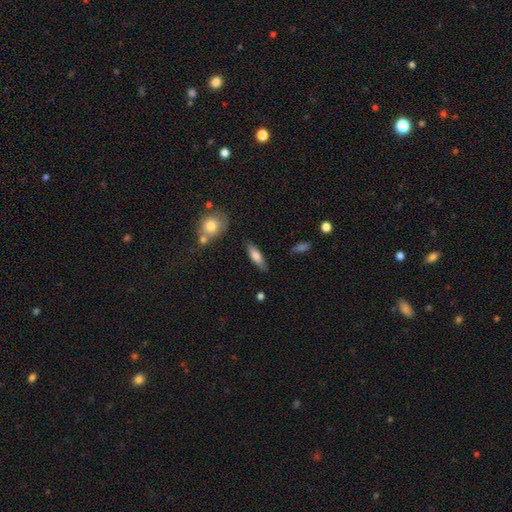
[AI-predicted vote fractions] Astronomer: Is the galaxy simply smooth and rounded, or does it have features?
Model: smooth — 71%.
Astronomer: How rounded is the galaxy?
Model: cigar-shaped — 49% (runner-up: in between, 48%).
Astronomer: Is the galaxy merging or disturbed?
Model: none — 83%.